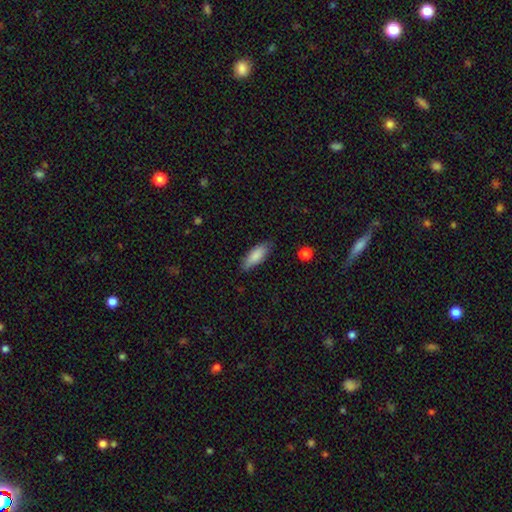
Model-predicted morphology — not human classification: Smooth or featured?
  - smooth: 86% *
  - featured or disk: 8%
  - star or artifact: 6%
How rounded?
  - in between: 66% *
  - cigar-shaped: 32%
  - round: 2%
Merging?
  - none: 83% *
  - minor disturbance: 14%
  - major disturbance: 3%
  - merger: 1%